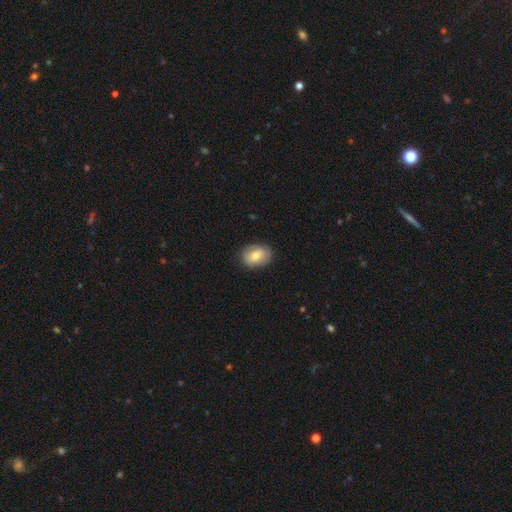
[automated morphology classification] Overall: smooth (68%). How rounded: in between (73%). Merging: none (81%).